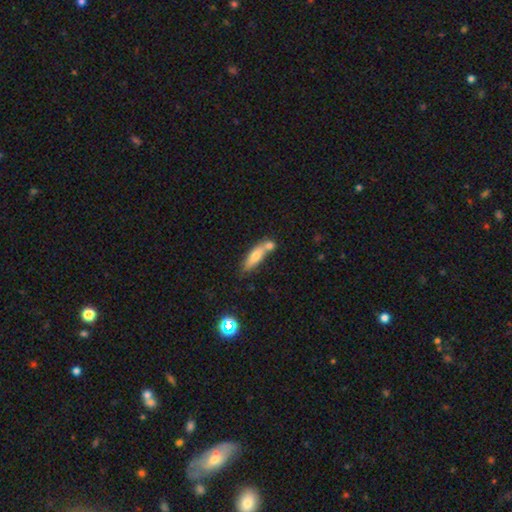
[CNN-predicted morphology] A smooth galaxy with no disk features (65%) that is cigar-shaped (58%).

Vote fractions:
- Smooth or featured? smooth: 65% / featured or disk: 26% / star or artifact: 9%
- How rounded? cigar-shaped: 58% / in between: 39% / round: 3%
- Merging? none: 50% / merger: 30% / minor disturbance: 15% / major disturbance: 5%